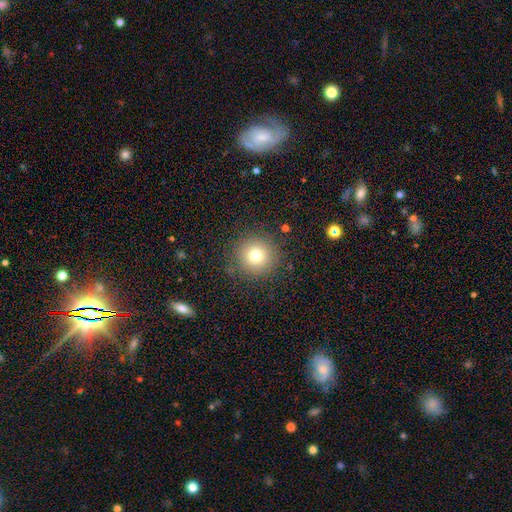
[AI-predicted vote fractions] Q: Smooth or featured?
A: smooth (75%); runner-up: star or artifact (14%)
Q: How rounded?
A: round (95%); runner-up: in between (4%)
Q: Merging?
A: none (87%); runner-up: minor disturbance (8%)